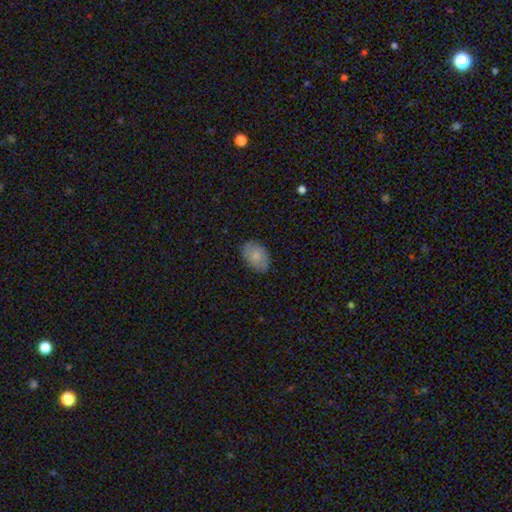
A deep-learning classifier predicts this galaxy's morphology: Smooth or featured? Predicted: smooth (p=0.80). How rounded? Predicted: in between (p=0.84). Merging? Predicted: none (p=0.80).